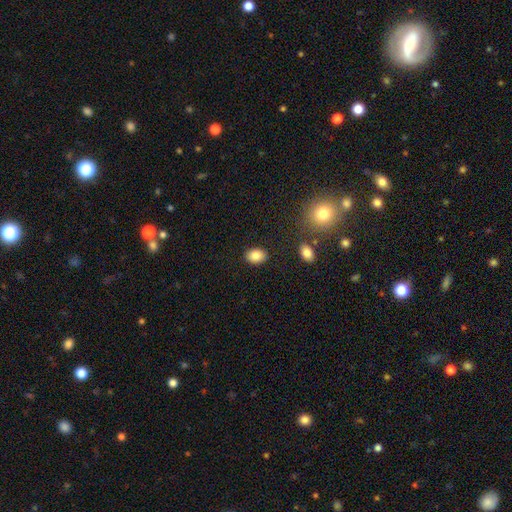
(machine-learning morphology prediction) Q: Smooth or featured?
A: smooth (86%); runner-up: star or artifact (9%)
Q: How rounded?
A: in between (74%); runner-up: round (25%)
Q: Merging?
A: none (87%); runner-up: minor disturbance (8%)